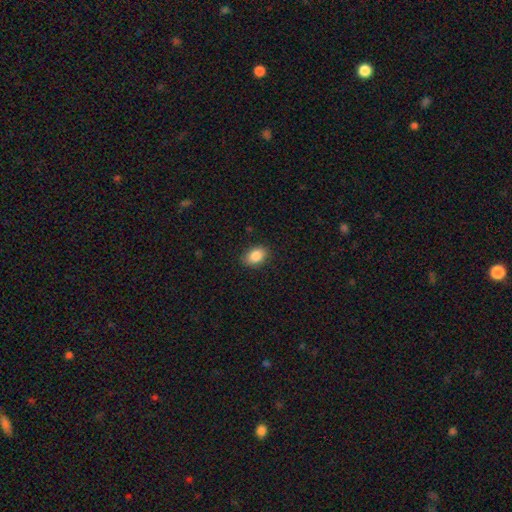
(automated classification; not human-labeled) A smooth galaxy with no disk features (87%) that is in between round and cigar-shaped (82%).

Vote fractions:
- Smooth or featured? smooth: 87% / star or artifact: 8% / featured or disk: 5%
- How rounded? in between: 82% / round: 17% / cigar-shaped: 1%
- Merging? none: 87% / minor disturbance: 10% / major disturbance: 2% / merger: 1%